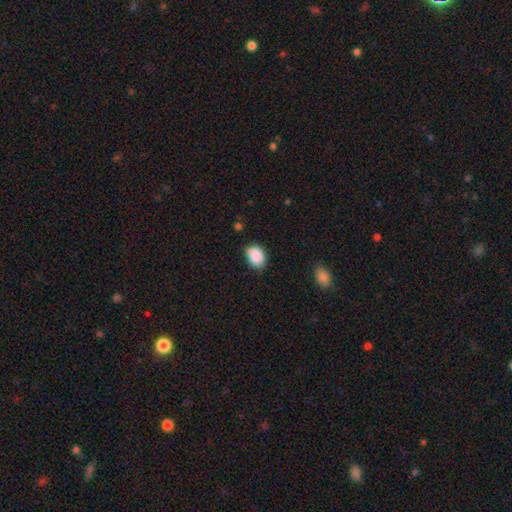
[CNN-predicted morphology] A smooth galaxy with no disk features (88%) that is in between round and cigar-shaped (69%). Merging: none (69%).